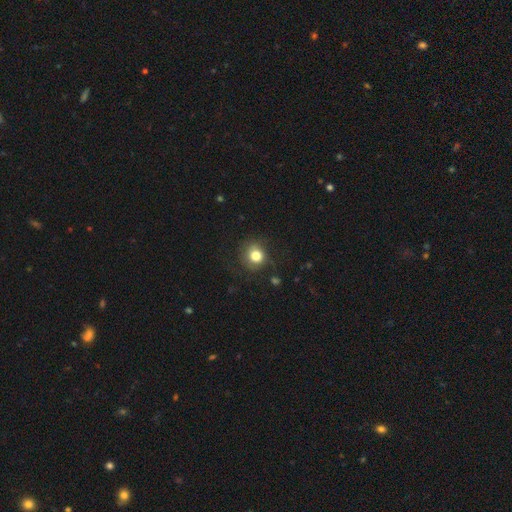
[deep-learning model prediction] A smooth galaxy with no disk features (80%) that is round (84%).

Vote fractions:
- Smooth or featured? smooth: 80% / star or artifact: 11% / featured or disk: 9%
- How rounded? round: 84% / in between: 15% / cigar-shaped: 1%
- Merging? none: 76% / minor disturbance: 16% / major disturbance: 6% / merger: 2%